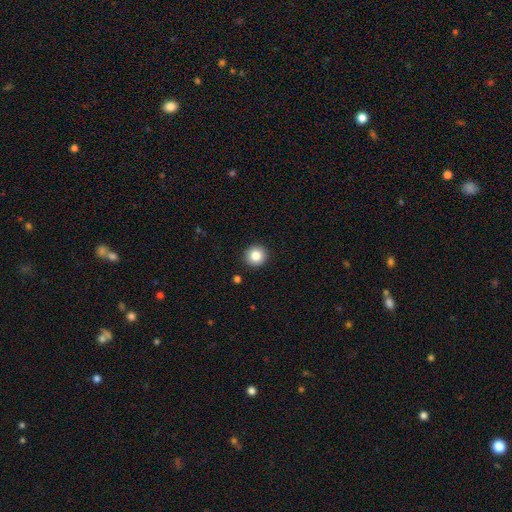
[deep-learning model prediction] Smooth or featured?
  - smooth: 84% *
  - star or artifact: 9%
  - featured or disk: 7%
How rounded?
  - round: 94% *
  - in between: 5%
  - cigar-shaped: 1%
Merging?
  - none: 92% *
  - minor disturbance: 5%
  - major disturbance: 2%
  - merger: 1%